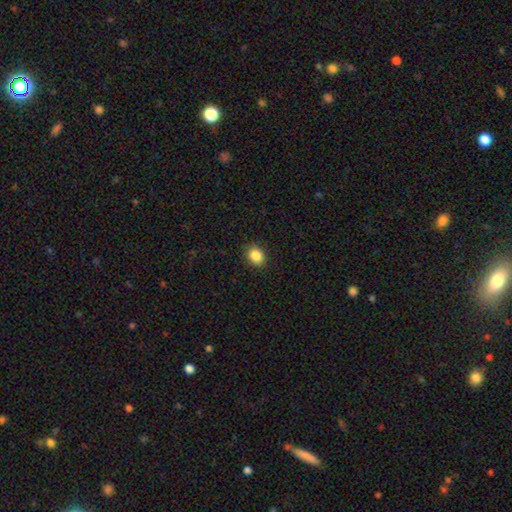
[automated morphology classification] The model was most divided on "how rounded": in between: 58%, round: 41%, cigar-shaped: 1%. More confident: merging — none (90%); smooth or featured — smooth (87%).